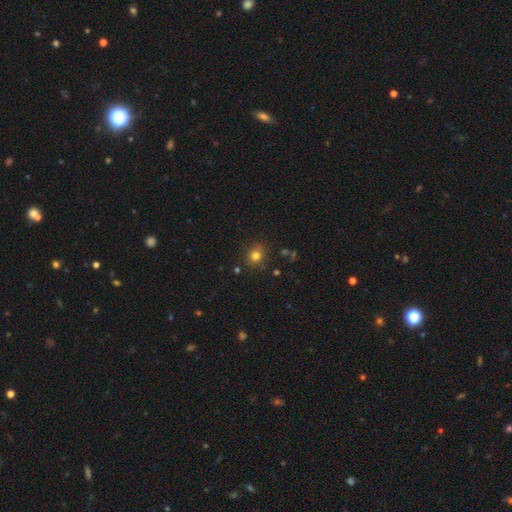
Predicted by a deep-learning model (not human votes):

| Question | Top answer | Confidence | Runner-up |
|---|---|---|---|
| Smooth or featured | smooth | 78% | star or artifact (15%) |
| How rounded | round | 78% | in between (21%) |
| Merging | none | 82% | minor disturbance (12%) |